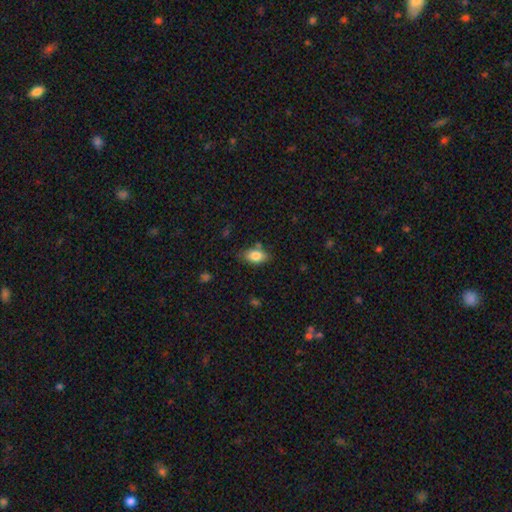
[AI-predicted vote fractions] This is clearly a smooth galaxy (83%). How rounded: clearly in between (89%). Merging: likely none (77%).